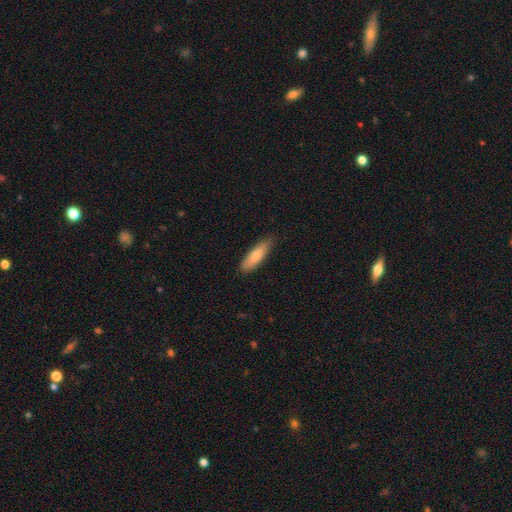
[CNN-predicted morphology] A smooth galaxy with no disk features (76%) that is cigar-shaped (55%).

Vote fractions:
- Smooth or featured? smooth: 76% / featured or disk: 18% / star or artifact: 5%
- How rounded? cigar-shaped: 55% / in between: 43% / round: 2%
- Merging? none: 84% / minor disturbance: 13% / major disturbance: 2% / merger: 1%